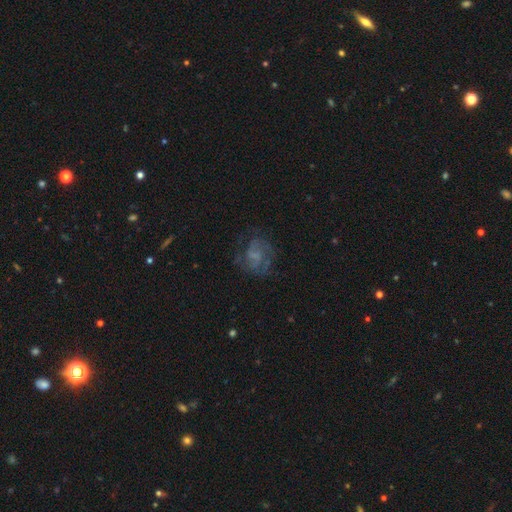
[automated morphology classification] Q: Smooth or featured?
A: featured or disk (60%); runner-up: smooth (28%)
Q: Edge-on disk?
A: no (98%); runner-up: yes (2%)
Q: Bar?
A: no (60%); runner-up: weak (33%)
Q: Spiral arms?
A: yes (77%); runner-up: no (23%)
Q: Bulge size?
A: none (55%); runner-up: small (23%)
Q: Merging?
A: none (60%); runner-up: minor disturbance (20%)